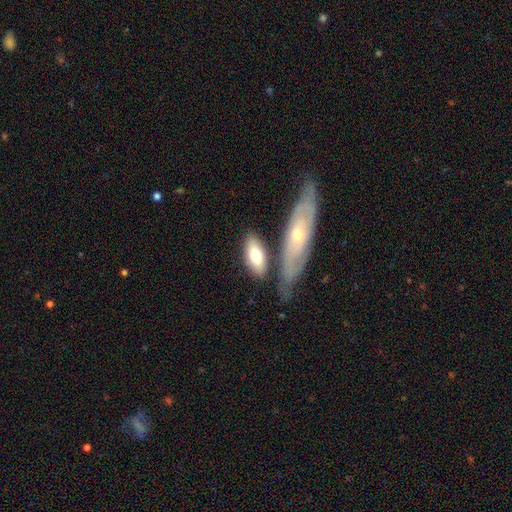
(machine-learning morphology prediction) smooth-or-featured: smooth: 69% | featured or disk: 26% | star or artifact: 5%
  how-rounded: in between: 78% | cigar-shaped: 19% | round: 3%
  merging: none: 64% | merger: 16% | minor disturbance: 16% | major disturbance: 4%